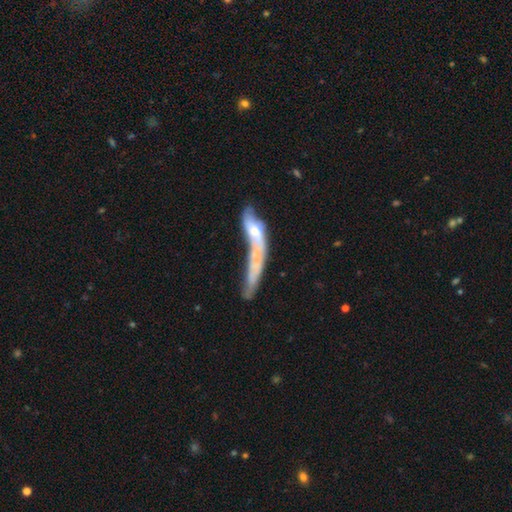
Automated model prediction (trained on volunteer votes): smooth-or-featured: featured or disk: 54% | smooth: 39% | star or artifact: 7%
  disk-edge-on: no: 62% | yes: 38%
  merging: merger: 36% | none: 24% | major disturbance: 23% | minor disturbance: 16%